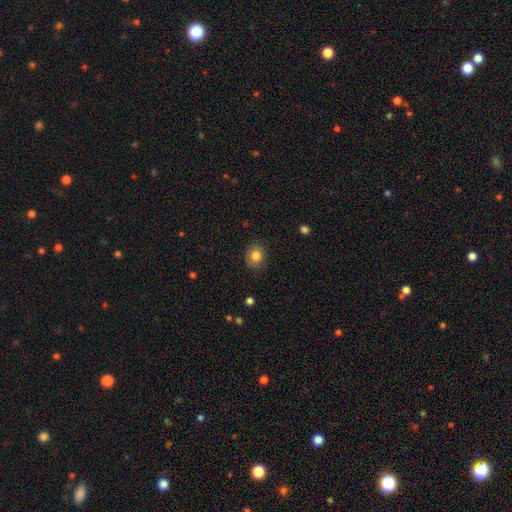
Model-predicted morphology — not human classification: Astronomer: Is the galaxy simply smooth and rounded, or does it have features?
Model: smooth — 83%.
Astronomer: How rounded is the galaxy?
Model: round — 57% (runner-up: in between, 42%).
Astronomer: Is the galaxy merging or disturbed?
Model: none — 86%.